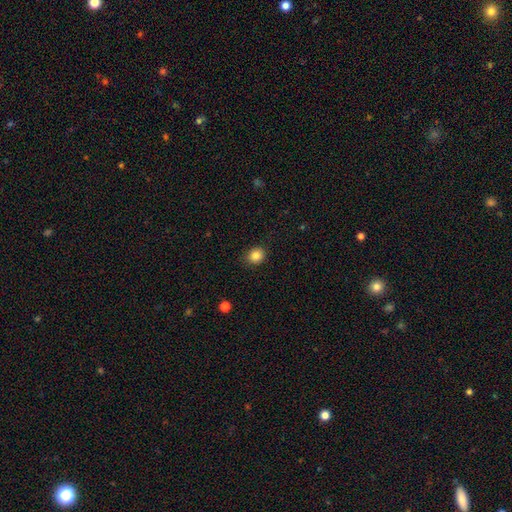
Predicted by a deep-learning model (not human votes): A smooth galaxy with no disk features (85%) that is round (75%).

Vote fractions:
- Smooth or featured? smooth: 85% / star or artifact: 11% / featured or disk: 5%
- How rounded? round: 75% / in between: 24% / cigar-shaped: 1%
- Merging? none: 88% / minor disturbance: 9% / major disturbance: 2% / merger: 1%